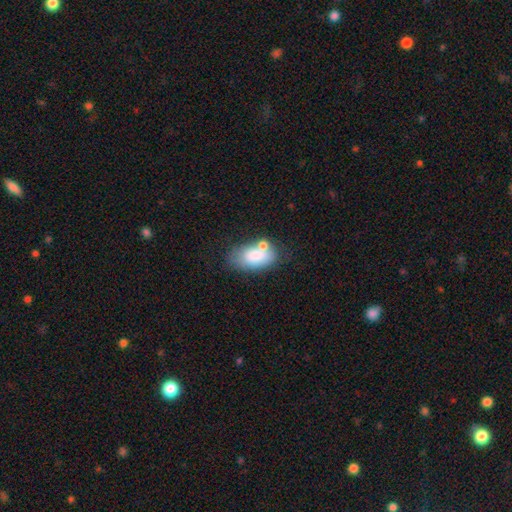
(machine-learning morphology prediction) Smooth or featured? Predicted: smooth (p=0.79). How rounded? Predicted: in between (p=0.92). Merging? Predicted: none (p=0.49).